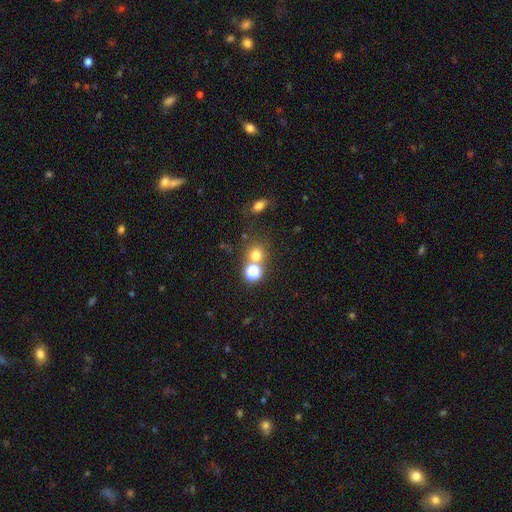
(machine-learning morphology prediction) This is likely a smooth galaxy (68%). How rounded: clearly round (86%). Merging: likely none (63%).